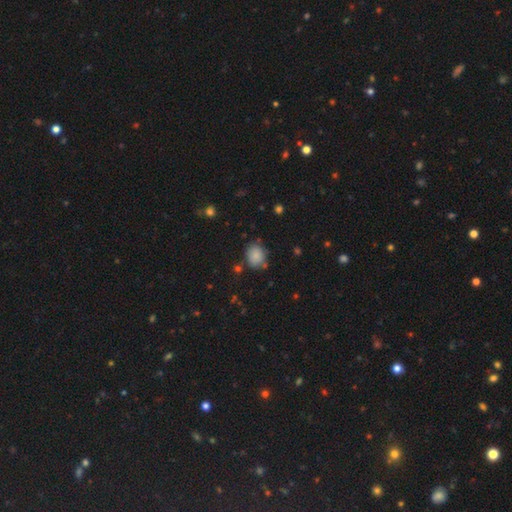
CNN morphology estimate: The model was most divided on "how rounded": round: 52%, in between: 47%, cigar-shaped: 1%. More confident: smooth or featured — smooth (84%); merging — none (74%).